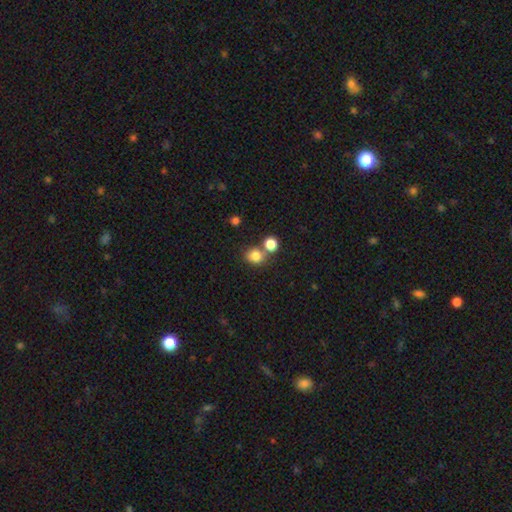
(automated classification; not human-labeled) Smooth or featured? smooth (82%)
How rounded? round (72%)
Merging? none (57%)